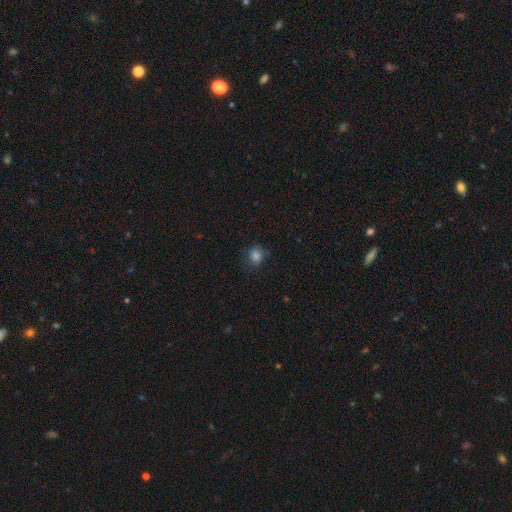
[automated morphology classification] Smooth or featured: smooth — 83% (star or artifact — 11%)
How rounded: round — 73% (in between — 26%)
Merging: none — 71% (minor disturbance — 21%)